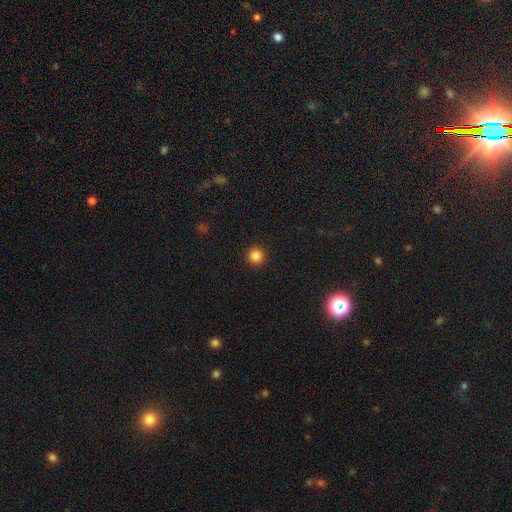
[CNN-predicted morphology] This is clearly a smooth galaxy (85%). How rounded: clearly round (96%). Merging: clearly none (93%).